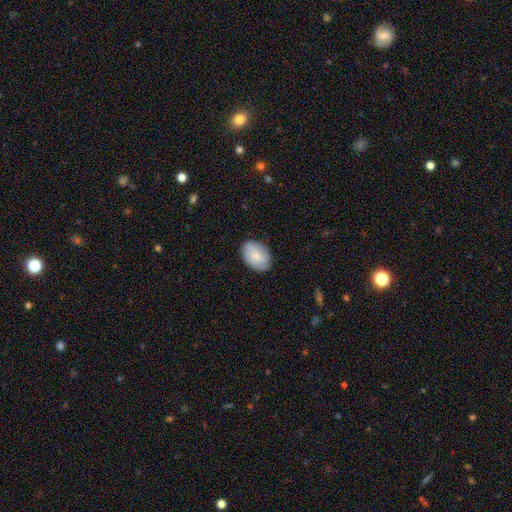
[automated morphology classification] A smooth galaxy with no disk features (79%) that is in between round and cigar-shaped (84%). Merging: none (85%).